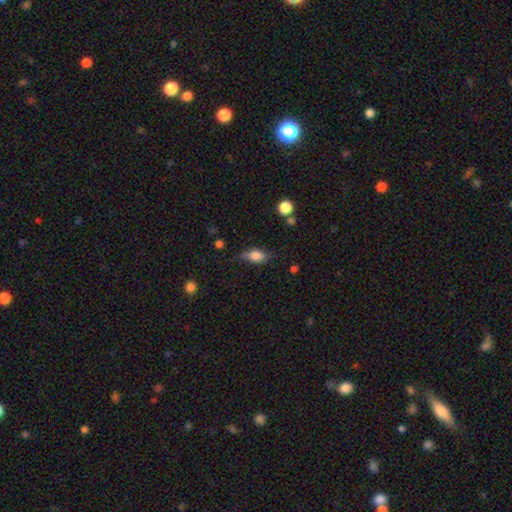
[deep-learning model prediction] Smooth or featured? Predicted: smooth (p=0.70). How rounded? Predicted: in between (p=0.80). Merging? Predicted: none (p=0.64).